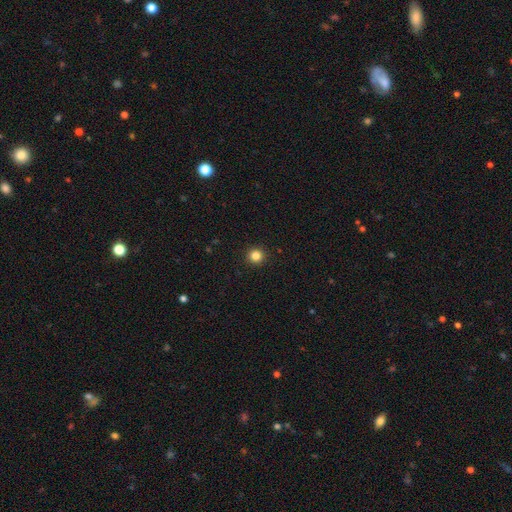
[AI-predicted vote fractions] A smooth galaxy with no disk features (84%) that is round (95%).

Vote fractions:
- Smooth or featured? smooth: 84% / star or artifact: 12% / featured or disk: 4%
- How rounded? round: 95% / in between: 4% / cigar-shaped: 1%
- Merging? none: 93% / minor disturbance: 4% / major disturbance: 2% / merger: 1%